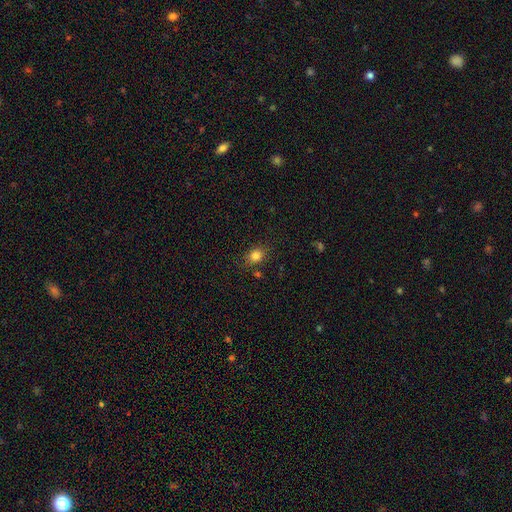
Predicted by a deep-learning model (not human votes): Smooth or featured?
  - smooth: 81% *
  - star or artifact: 12%
  - featured or disk: 7%
How rounded?
  - in between: 50% *
  - round: 48%
  - cigar-shaped: 1%
Merging?
  - none: 78% *
  - minor disturbance: 14%
  - merger: 4%
  - major disturbance: 4%